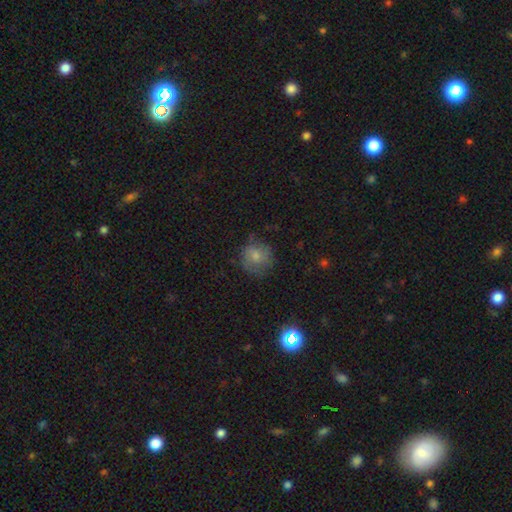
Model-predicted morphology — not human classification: Q: Smooth or featured?
A: smooth (69%); runner-up: featured or disk (22%)
Q: How rounded?
A: round (85%); runner-up: in between (14%)
Q: Merging?
A: none (64%); runner-up: minor disturbance (24%)